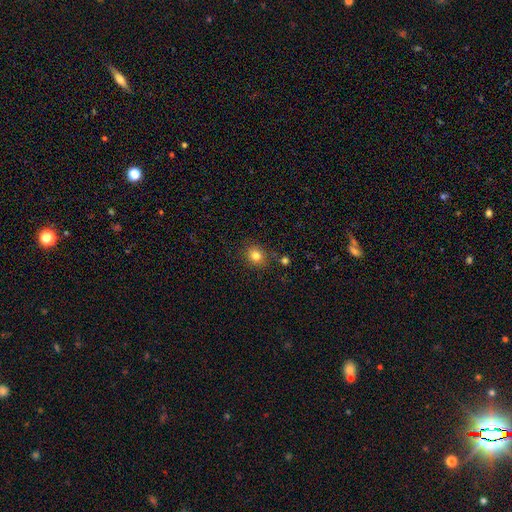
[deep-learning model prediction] smooth-or-featured: smooth: 81% | star or artifact: 12% | featured or disk: 7%
  how-rounded: round: 78% | in between: 22% | cigar-shaped: 1%
  merging: none: 84% | minor disturbance: 10% | merger: 4% | major disturbance: 3%